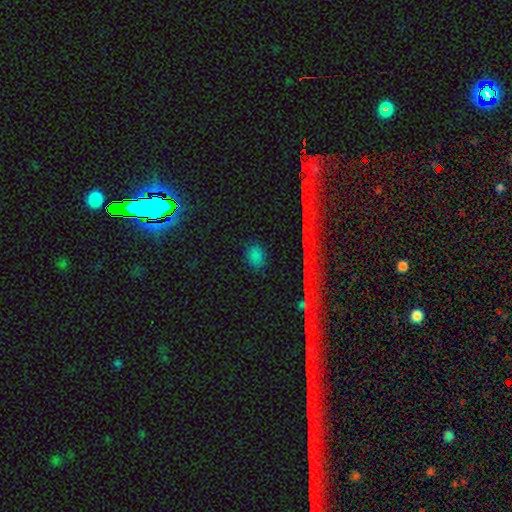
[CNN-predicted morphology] The model was most divided on "how rounded": in between: 56%, round: 41%, cigar-shaped: 3%. More confident: merging — none (84%); smooth or featured — smooth (75%).